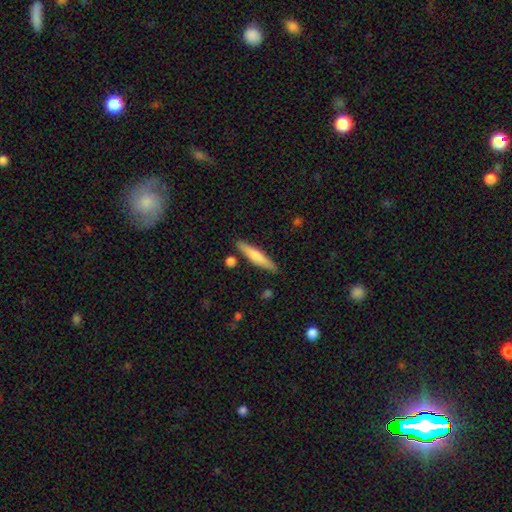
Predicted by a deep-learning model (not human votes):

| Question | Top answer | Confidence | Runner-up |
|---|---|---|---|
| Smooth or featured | smooth | 69% | featured or disk (26%) |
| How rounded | cigar-shaped | 88% | in between (11%) |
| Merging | none | 85% | minor disturbance (10%) |